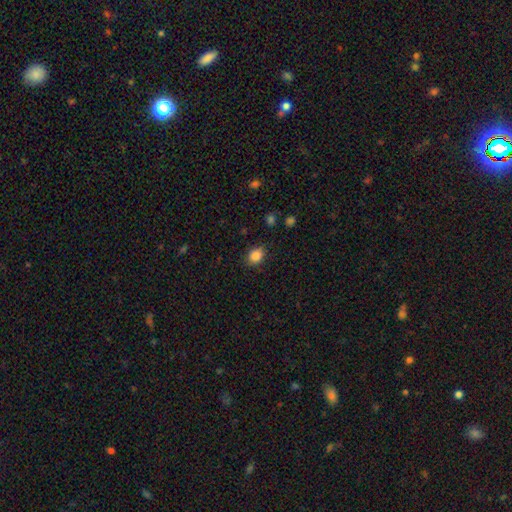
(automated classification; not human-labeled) Morphology: type=smooth (85%); roundness=in between (56%); merging=none (84%).